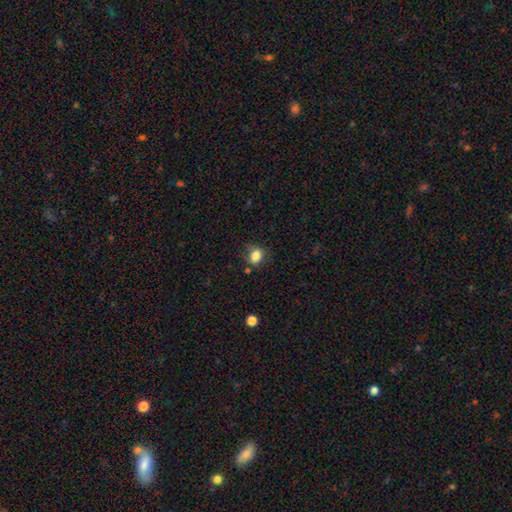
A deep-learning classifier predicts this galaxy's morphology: Smooth or featured?
  - smooth: 83% *
  - star or artifact: 11%
  - featured or disk: 6%
How rounded?
  - round: 55% *
  - in between: 44%
  - cigar-shaped: 1%
Merging?
  - none: 67% *
  - minor disturbance: 23%
  - major disturbance: 7%
  - merger: 4%